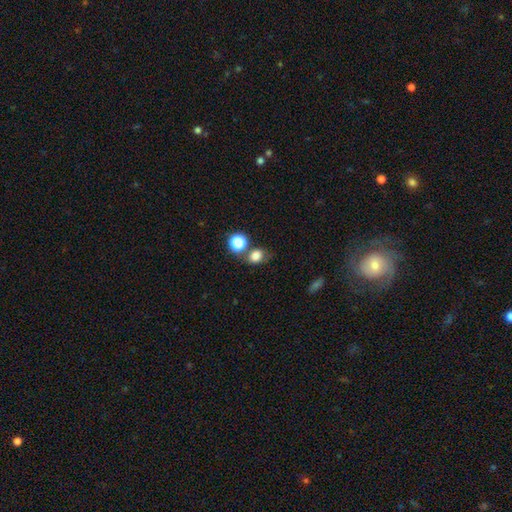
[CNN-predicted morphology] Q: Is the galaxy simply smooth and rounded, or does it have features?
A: smooth — 78%.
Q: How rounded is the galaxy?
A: round — 56%.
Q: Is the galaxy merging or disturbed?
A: none — 58%.